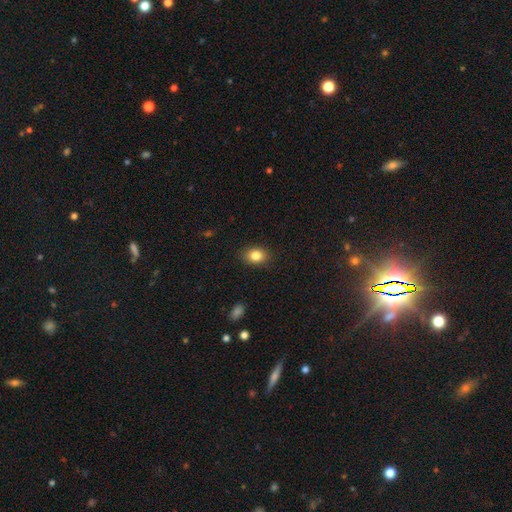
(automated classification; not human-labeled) Morphology: type=smooth (83%); roundness=in between (66%); merging=none (87%).